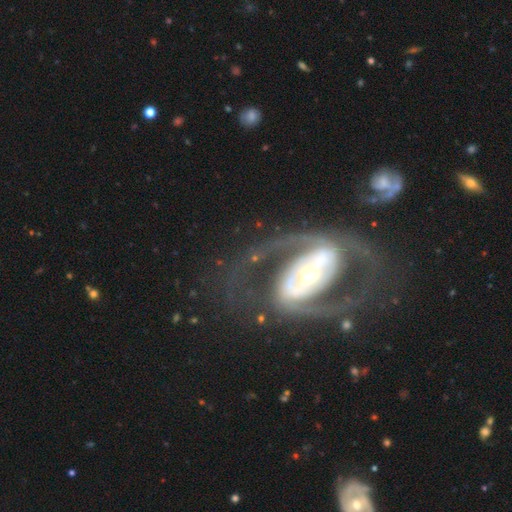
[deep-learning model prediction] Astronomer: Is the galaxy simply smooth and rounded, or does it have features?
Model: featured or disk — 85%.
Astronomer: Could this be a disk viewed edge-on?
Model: no — 94%.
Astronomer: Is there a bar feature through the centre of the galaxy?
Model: strong — 41% (runner-up: no, 33%).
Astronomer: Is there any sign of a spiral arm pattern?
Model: yes — 77%.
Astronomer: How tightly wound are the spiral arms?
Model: medium — 47% (runner-up: loose, 28%).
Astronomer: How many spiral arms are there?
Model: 2 — 87%.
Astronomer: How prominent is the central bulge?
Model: moderate — 57%.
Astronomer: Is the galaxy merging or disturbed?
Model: none — 61%.